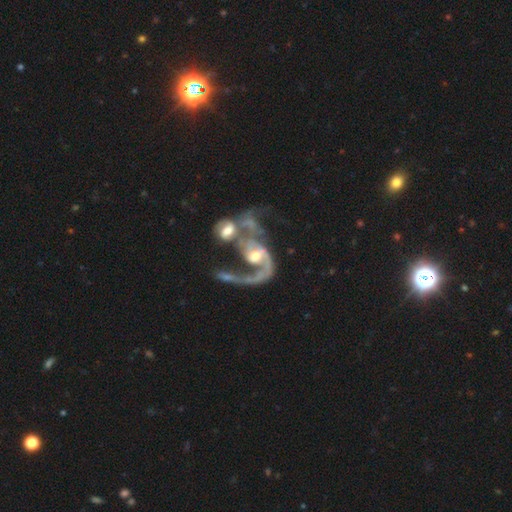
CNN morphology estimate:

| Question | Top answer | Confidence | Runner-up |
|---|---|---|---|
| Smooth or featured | featured or disk | 87% | smooth (7%) |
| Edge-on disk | no | 97% | yes (3%) |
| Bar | no | 52% | weak (34%) |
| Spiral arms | yes | 92% | no (8%) |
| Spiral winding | loose | 52% | medium (35%) |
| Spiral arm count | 2 | 50% | 1 (38%) |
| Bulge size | moderate | 63% | small (24%) |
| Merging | merger | 60% | major disturbance (21%) |